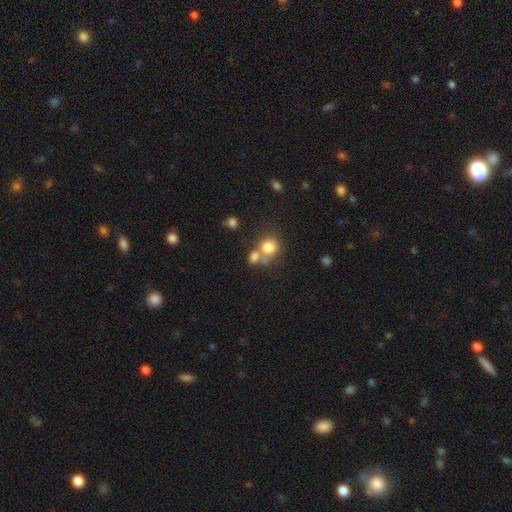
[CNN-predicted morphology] A smooth galaxy with no disk features (65%) that is round (84%).

Vote fractions:
- Smooth or featured? smooth: 65% / star or artifact: 23% / featured or disk: 12%
- How rounded? round: 84% / in between: 15% / cigar-shaped: 1%
- Merging? none: 54% / merger: 35% / minor disturbance: 7% / major disturbance: 4%